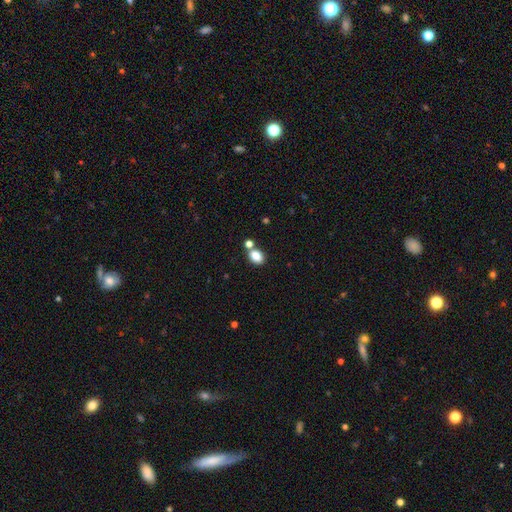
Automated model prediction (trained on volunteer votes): This appears to be a smooth galaxy with no disk features (82%) that is in between round and cigar-shaped (67%). Merging: none (65%).